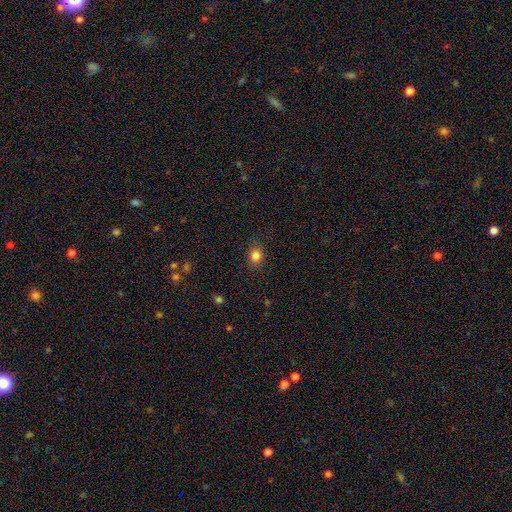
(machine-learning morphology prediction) Smooth or featured? Predicted: smooth (p=0.83). How rounded? Predicted: round (p=0.64). Merging? Predicted: none (p=0.86).